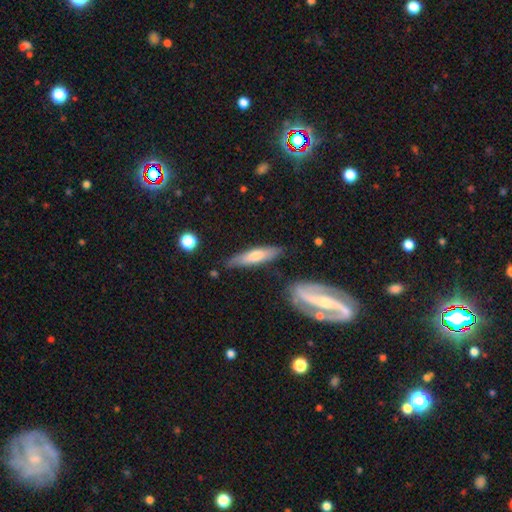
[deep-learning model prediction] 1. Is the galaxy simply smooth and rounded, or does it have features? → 58% smooth, 36% featured or disk, 6% star or artifact.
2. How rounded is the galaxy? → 75% cigar-shaped, 23% in between, 2% round.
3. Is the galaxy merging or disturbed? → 77% none, 15% minor disturbance, 4% merger, 3% major disturbance.